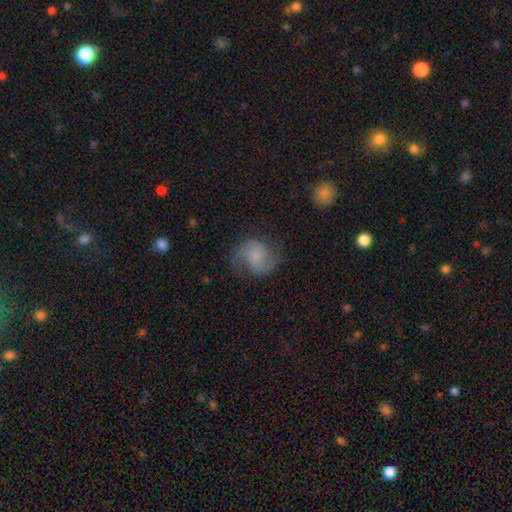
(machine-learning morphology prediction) Q: Smooth or featured?
A: featured or disk (72%); runner-up: smooth (19%)
Q: Edge-on disk?
A: no (98%); runner-up: yes (2%)
Q: Bar?
A: no (65%); runner-up: weak (29%)
Q: Spiral arms?
A: yes (95%); runner-up: no (5%)
Q: Spiral winding?
A: medium (51%); runner-up: loose (31%)
Q: Spiral arm count?
A: 2 (90%); runner-up: can't tell (4%)
Q: Bulge size?
A: none (34%); tied with: small (34%)
Q: Merging?
A: none (71%); runner-up: minor disturbance (17%)